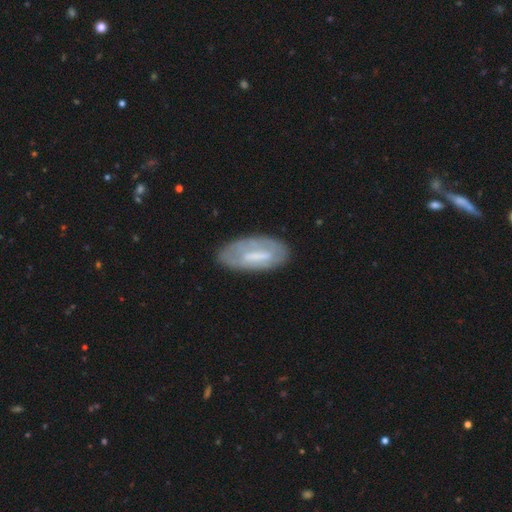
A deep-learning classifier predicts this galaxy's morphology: This appears to be a featured or disk galaxy (48%). Merging: none (69%).